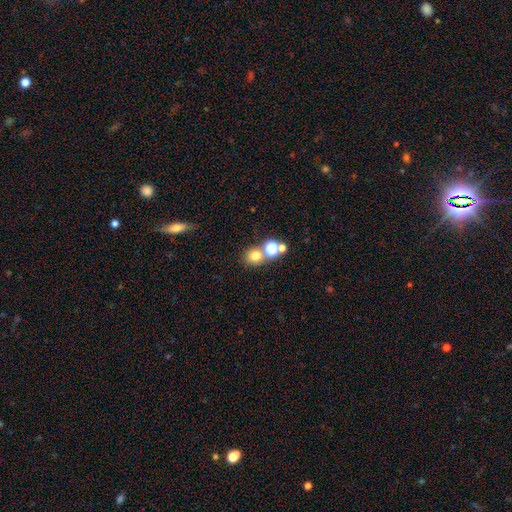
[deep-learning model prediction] Q: Smooth or featured?
A: smooth (72%); runner-up: star or artifact (19%)
Q: How rounded?
A: round (82%); runner-up: in between (17%)
Q: Merging?
A: none (59%); runner-up: merger (30%)